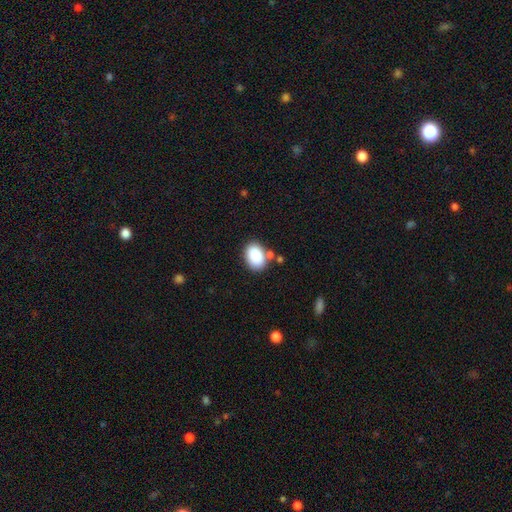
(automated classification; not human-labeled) Smooth or featured?
  - smooth: 87% *
  - star or artifact: 8%
  - featured or disk: 6%
How rounded?
  - in between: 82% *
  - round: 17%
  - cigar-shaped: 1%
Merging?
  - none: 75% *
  - minor disturbance: 13%
  - merger: 9%
  - major disturbance: 3%